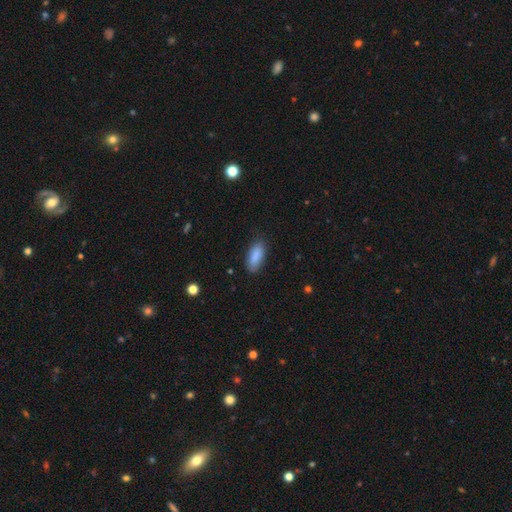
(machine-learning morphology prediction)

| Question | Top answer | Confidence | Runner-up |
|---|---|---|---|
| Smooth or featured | smooth | 88% | star or artifact (6%) |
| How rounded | in between | 85% | cigar-shaped (13%) |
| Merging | none | 82% | minor disturbance (14%) |